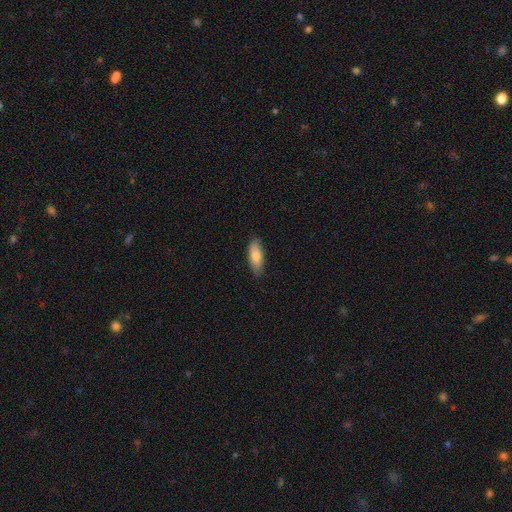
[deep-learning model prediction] Q: Smooth or featured?
A: smooth (77%); runner-up: featured or disk (17%)
Q: How rounded?
A: in between (71%); runner-up: cigar-shaped (27%)
Q: Merging?
A: none (85%); runner-up: minor disturbance (12%)